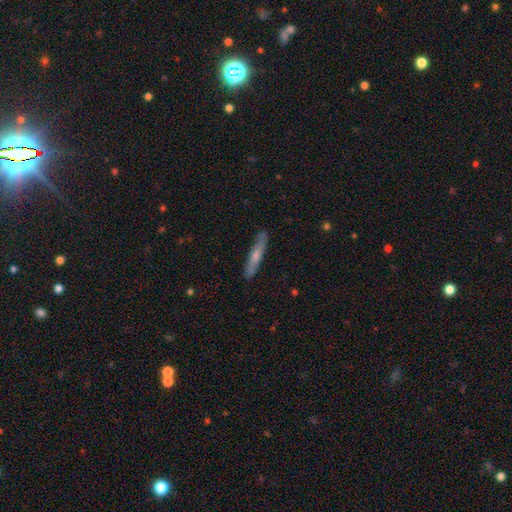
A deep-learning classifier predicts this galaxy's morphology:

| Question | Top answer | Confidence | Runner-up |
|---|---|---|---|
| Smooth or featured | smooth | 57% | featured or disk (38%) |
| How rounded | cigar-shaped | 92% | in between (7%) |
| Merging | none | 84% | minor disturbance (12%) |